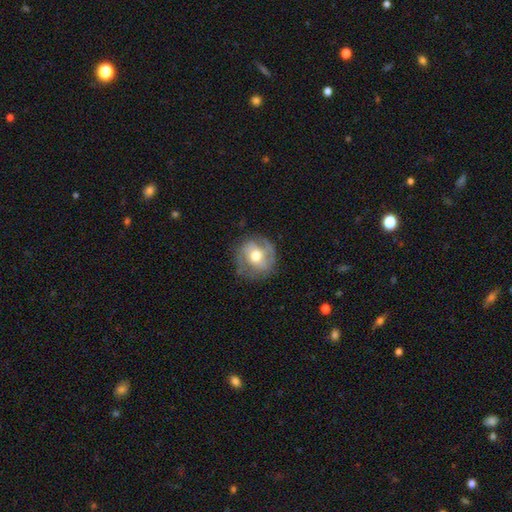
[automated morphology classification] type=featured or disk (55%); edge-on=no (96%); bar=no (59%); spiral arms=yes (66%); bulge=moderate (70%); merging=none (72%).